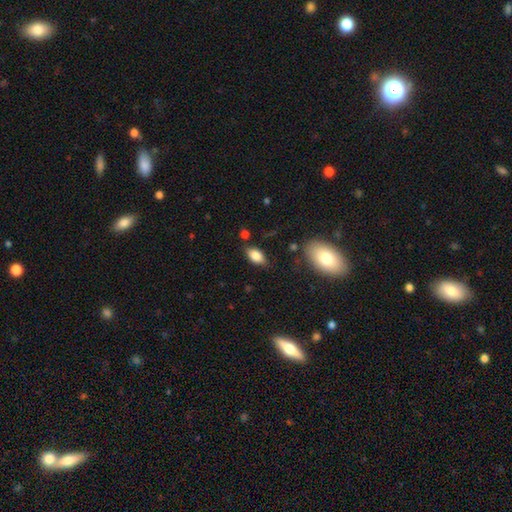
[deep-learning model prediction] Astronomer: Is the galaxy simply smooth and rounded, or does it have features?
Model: smooth — 82%.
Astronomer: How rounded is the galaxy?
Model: in between — 90%.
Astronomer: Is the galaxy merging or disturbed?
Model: none — 76%.